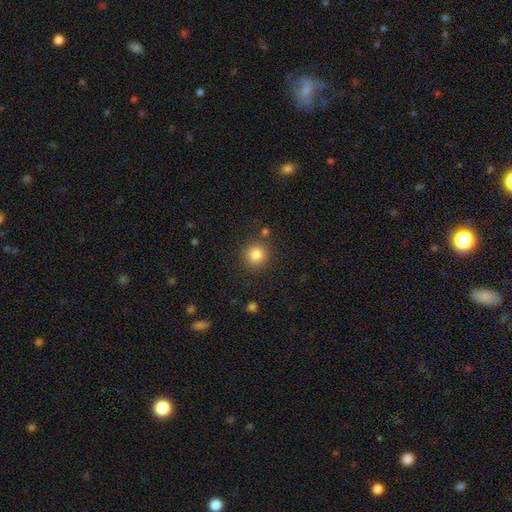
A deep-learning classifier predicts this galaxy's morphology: type=smooth (84%); roundness=round (91%); merging=none (86%).